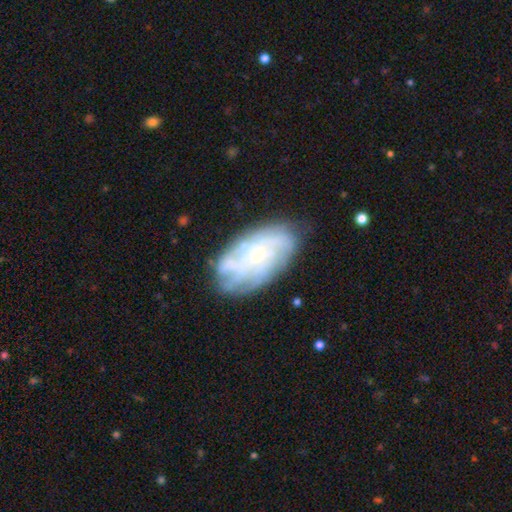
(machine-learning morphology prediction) Overall: featured or disk (72%). Edge-on disk: no (95%). Bar: no (79%). Spiral arms: yes (78%). Spiral arm count: can't tell (51%; 4 16%). Spiral winding: tight (62%; medium 27%). Bulge size: small (75%). Merging: none (71%).